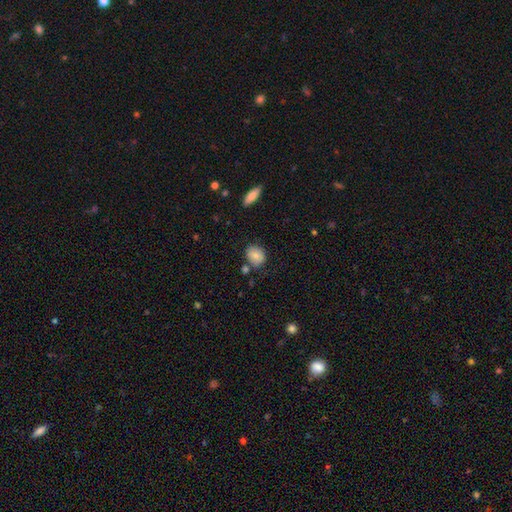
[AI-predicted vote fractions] Smooth or featured? Predicted: smooth (p=0.78). How rounded? Predicted: round (p=0.53). Merging? Predicted: none (p=0.70).